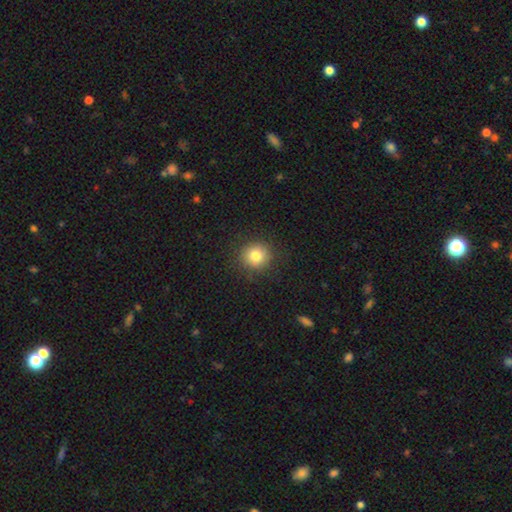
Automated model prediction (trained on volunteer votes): Smooth or featured? Predicted: smooth (p=0.80). How rounded? Predicted: round (p=0.90). Merging? Predicted: none (p=0.88).